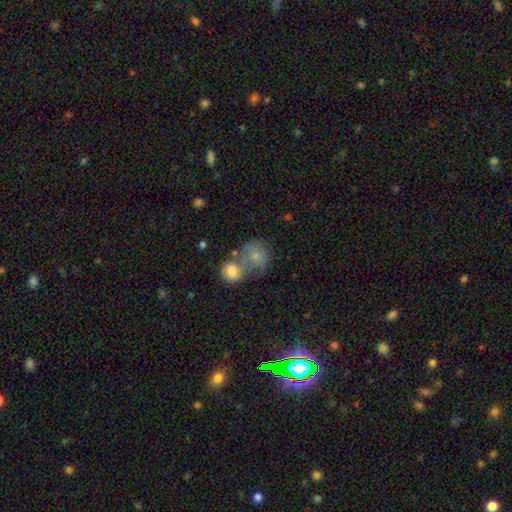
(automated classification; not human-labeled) smooth_or_featured: smooth (p=0.75) [alt: featured or disk p=0.17]
how_rounded: round (p=0.70) [alt: in between p=0.29]
merging: merger (p=0.59) [alt: none p=0.22]